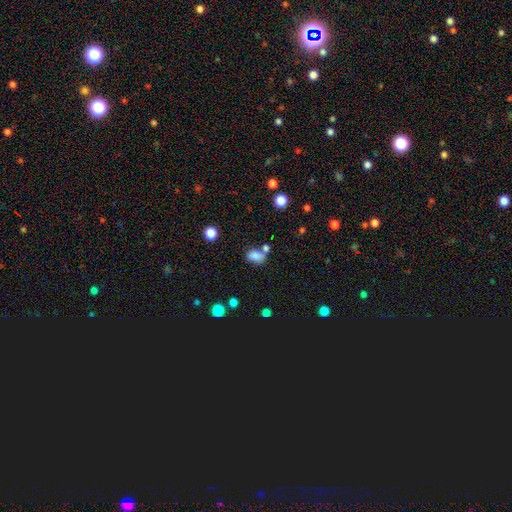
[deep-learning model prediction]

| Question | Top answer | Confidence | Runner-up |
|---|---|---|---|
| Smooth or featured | smooth | 82% | star or artifact (11%) |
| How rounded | in between | 81% | round (17%) |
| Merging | none | 49% | merger (28%) |